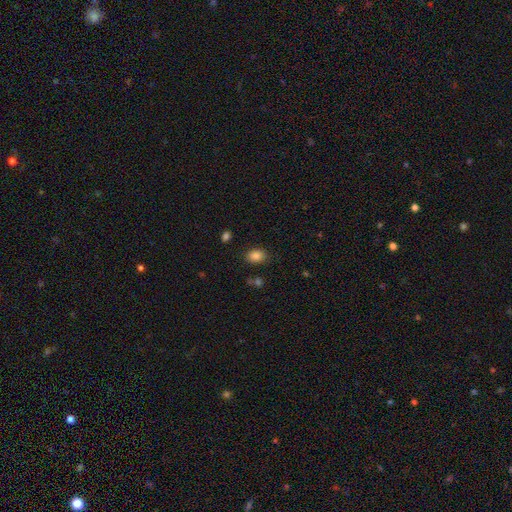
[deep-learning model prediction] smooth_or_featured: smooth (p=0.85) [alt: star or artifact p=0.10]
how_rounded: in between (p=0.72) [alt: round p=0.27]
merging: none (p=0.83) [alt: minor disturbance p=0.11]